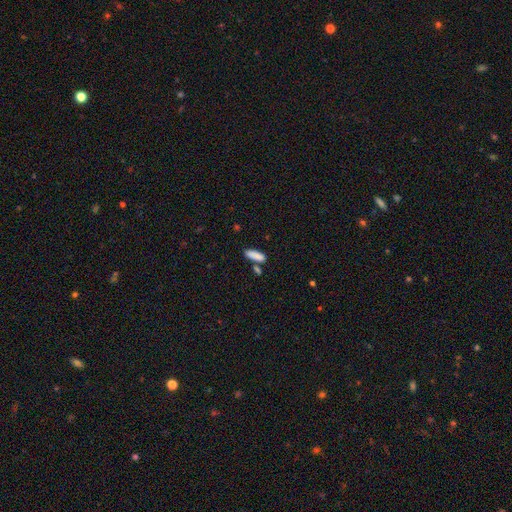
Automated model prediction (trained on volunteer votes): The model was most divided on "how rounded" (2-way tie): cigar-shaped: 49%, in between: 49%, round: 2%. More confident: smooth or featured — smooth (86%); merging — none (68%).